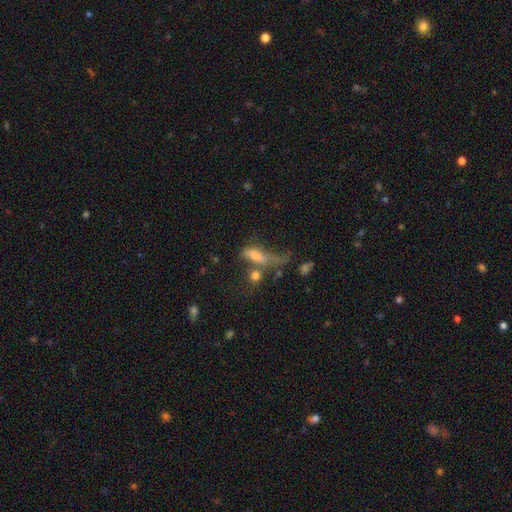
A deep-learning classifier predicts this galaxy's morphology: This is possibly a smooth galaxy (49%). Merging: marginally major disturbance (40%).